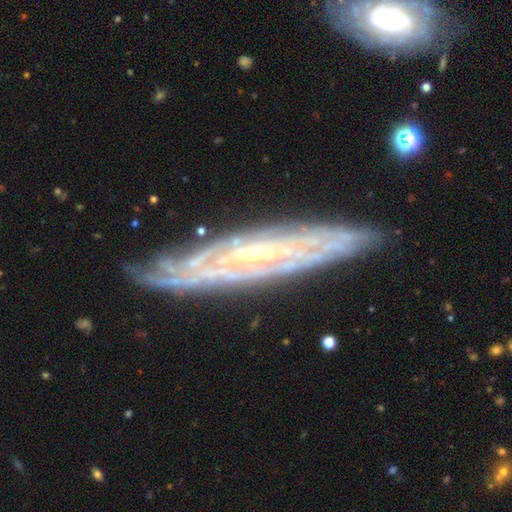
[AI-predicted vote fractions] Q: Smooth or featured?
A: featured or disk (85%); runner-up: smooth (8%)
Q: Edge-on disk?
A: no (63%); runner-up: yes (37%)
Q: Bar?
A: no (50%); runner-up: weak (33%)
Q: Spiral arms?
A: yes (93%); runner-up: no (7%)
Q: Spiral winding?
A: tight (78%); runner-up: medium (18%)
Q: Spiral arm count?
A: can't tell (53%); runner-up: 2 (13%)
Q: Bulge size?
A: small (76%); runner-up: moderate (19%)
Q: Merging?
A: none (81%); runner-up: minor disturbance (14%)